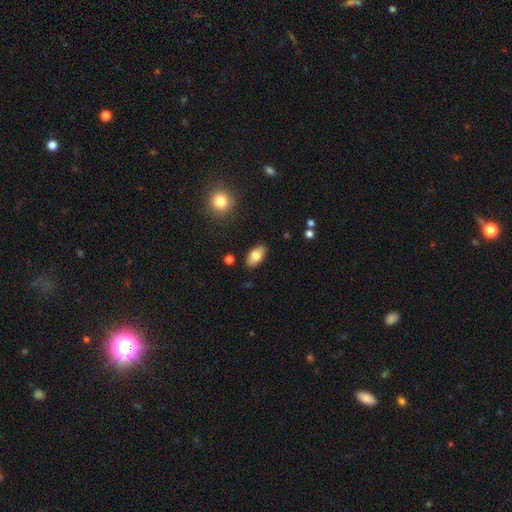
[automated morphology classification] Smooth or featured? smooth (76%)
How rounded? in between (93%)
Merging? none (87%)